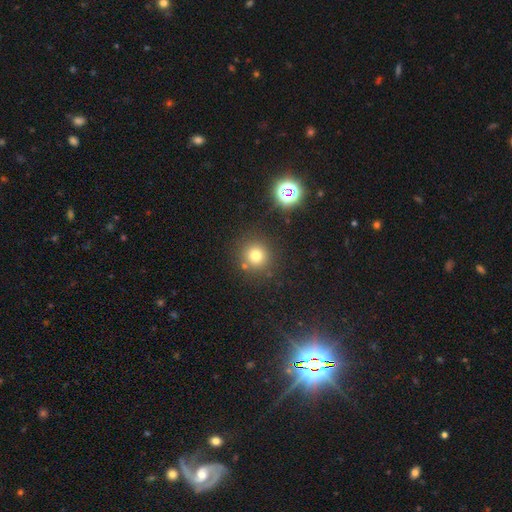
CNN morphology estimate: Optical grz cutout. It shows a smooth galaxy with no disk features (74%) that is round (94%). Merging: none (83%).